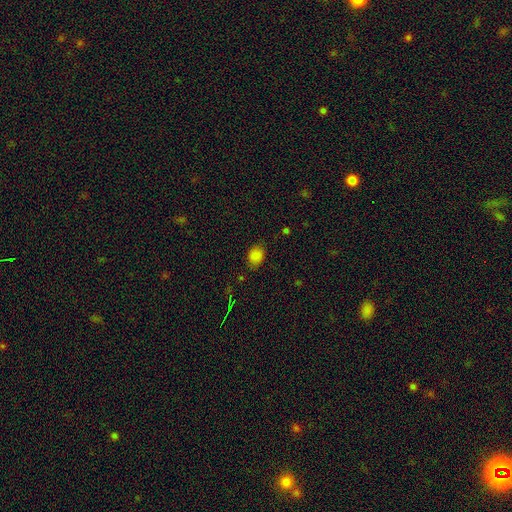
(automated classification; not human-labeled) Overall: smooth (81%). How rounded: in between (61%; round 38%). Merging: none (74%).